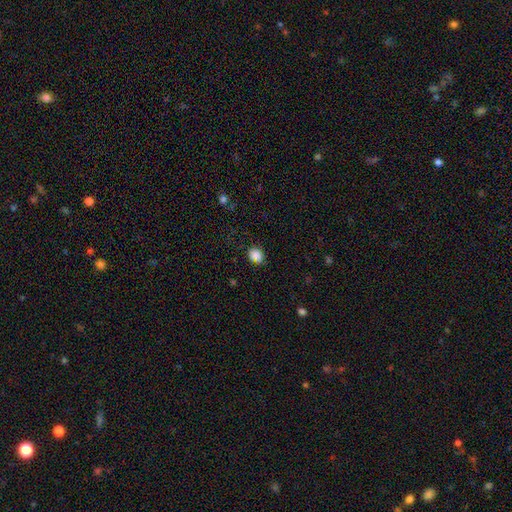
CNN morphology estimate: This appears to be a smooth galaxy with no disk features (79%) that is round (63%). Merging: none (71%).